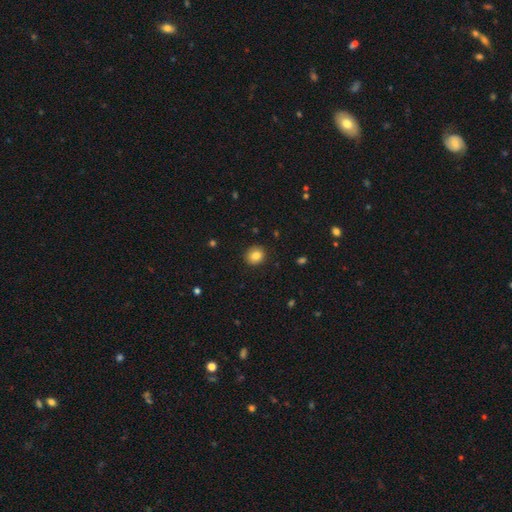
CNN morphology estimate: Smooth or featured: smooth — 84% (star or artifact — 10%)
How rounded: round — 76% (in between — 23%)
Merging: none — 90% (minor disturbance — 7%)